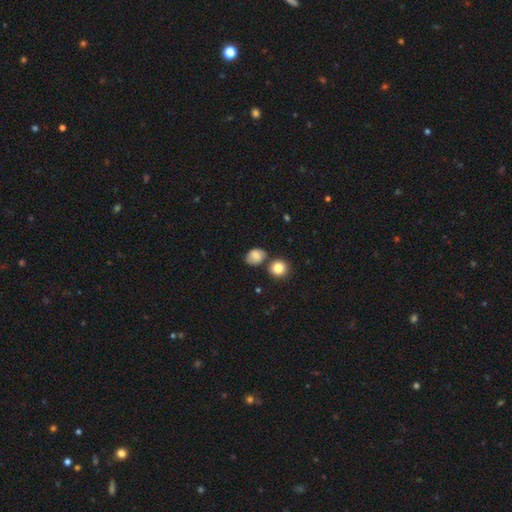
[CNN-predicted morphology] smooth_or_featured: smooth (p=0.79) [alt: featured or disk p=0.11]
how_rounded: in between (p=0.56) [alt: round p=0.43]
merging: none (p=0.61) [alt: minor disturbance p=0.22]